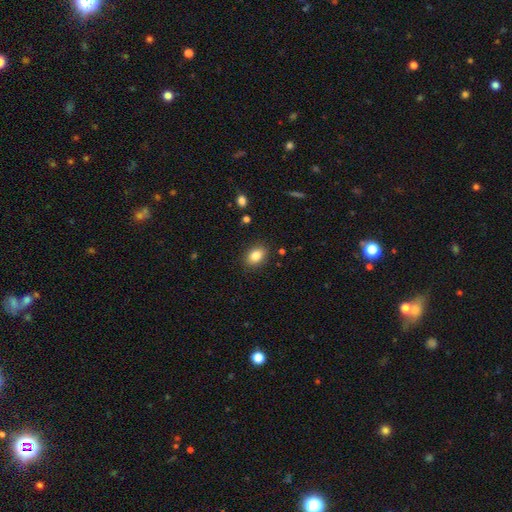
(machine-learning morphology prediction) type=smooth (84%); roundness=in between (75%); merging=none (88%).